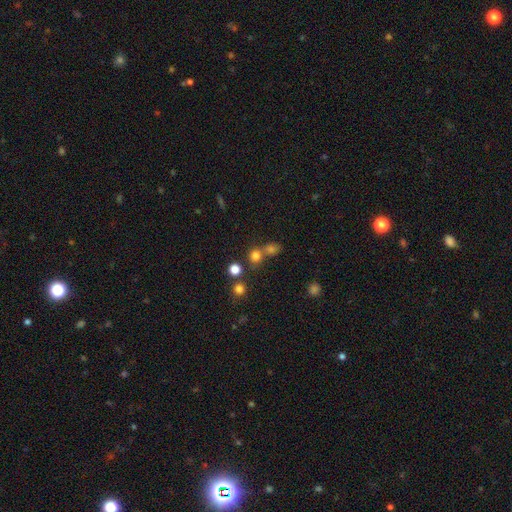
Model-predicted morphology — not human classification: This is likely a smooth galaxy (72%). How rounded: clearly round (83%). Merging: possibly none (56%).